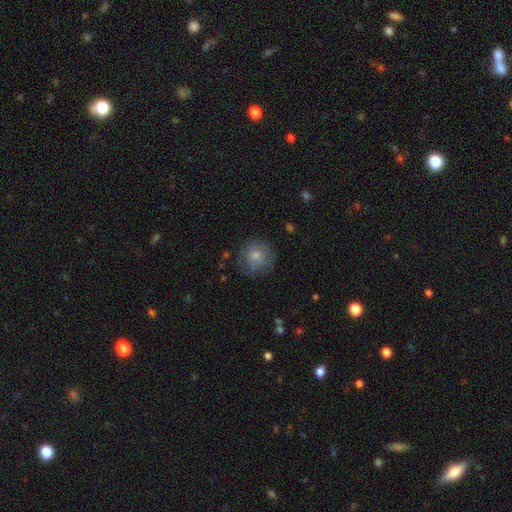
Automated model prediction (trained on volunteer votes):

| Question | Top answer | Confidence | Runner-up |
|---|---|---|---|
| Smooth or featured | smooth | 65% | featured or disk (22%) |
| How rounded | round | 91% | in between (8%) |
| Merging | none | 81% | minor disturbance (13%) |